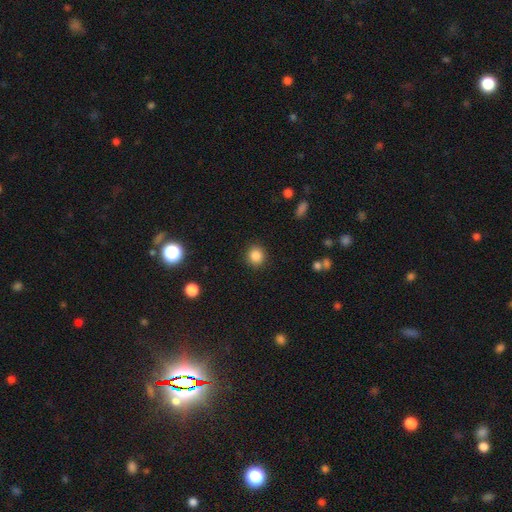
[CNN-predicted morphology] This appears to be a smooth galaxy with no disk features (85%) that is round (90%). Merging: none (90%).